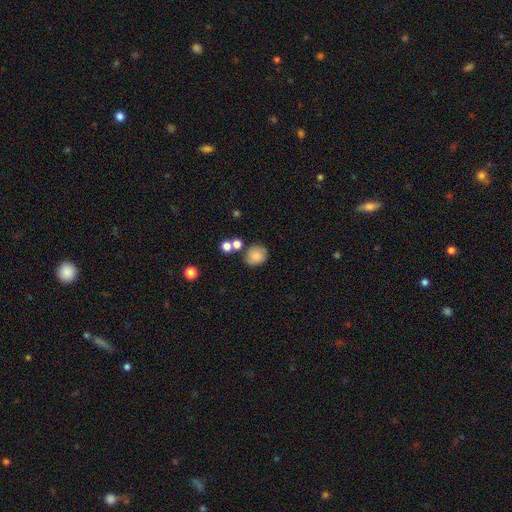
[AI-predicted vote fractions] Q: Smooth or featured?
A: smooth (82%); runner-up: star or artifact (9%)
Q: How rounded?
A: round (72%); runner-up: in between (27%)
Q: Merging?
A: none (67%); runner-up: minor disturbance (16%)